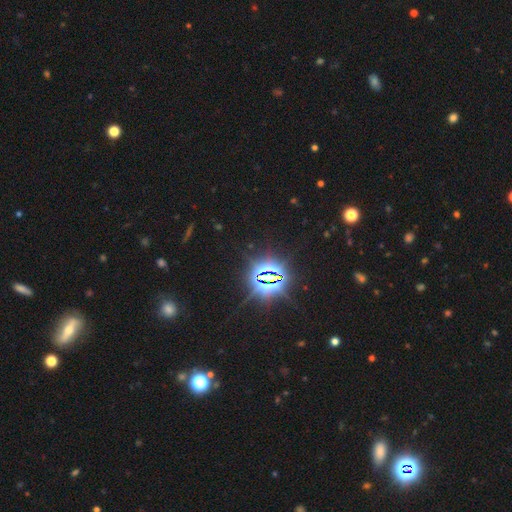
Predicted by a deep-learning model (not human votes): smooth-or-featured: star or artifact: 84% | smooth: 9% | featured or disk: 6%